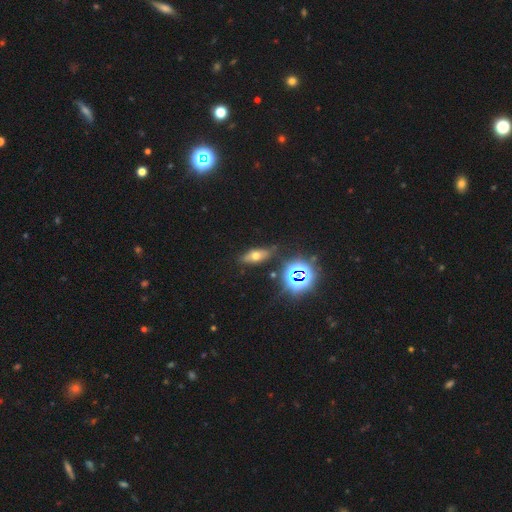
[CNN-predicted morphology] smooth_or_featured: smooth (p=0.46) [alt: featured or disk p=0.27]
merging: none (p=0.78) [alt: minor disturbance p=0.15]